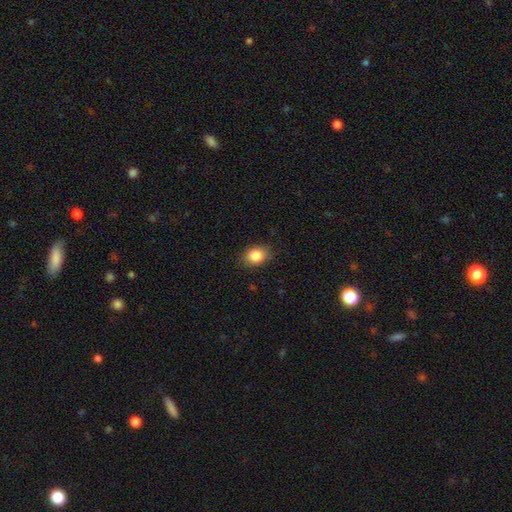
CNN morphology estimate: A smooth galaxy with no disk features (86%) that is in between round and cigar-shaped (65%). Merging: none (82%).